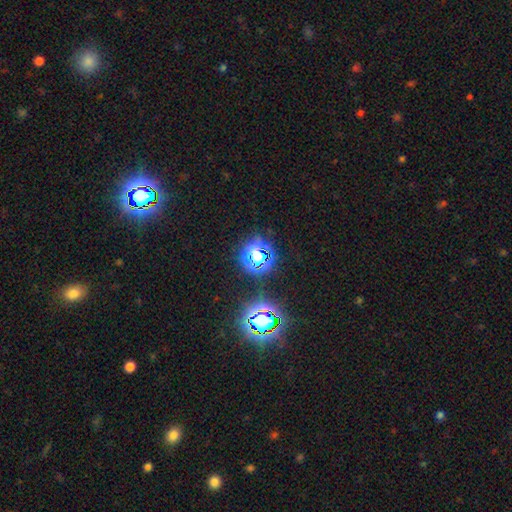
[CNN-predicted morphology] Smooth or featured: star or artifact — 63% (smooth — 27%)